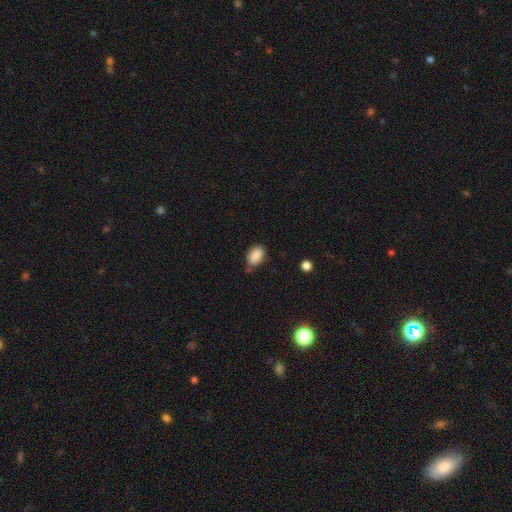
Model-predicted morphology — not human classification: This is clearly a smooth galaxy (87%). How rounded: clearly in between (89%). Merging: likely none (65%).